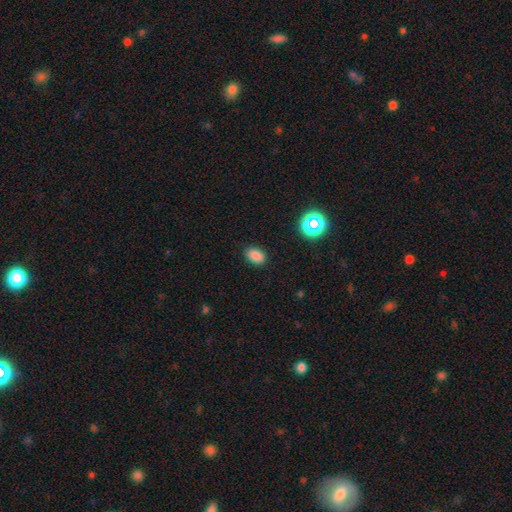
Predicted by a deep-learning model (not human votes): Smooth or featured?
  - smooth: 82% *
  - star or artifact: 13%
  - featured or disk: 5%
How rounded?
  - in between: 84% *
  - round: 15%
  - cigar-shaped: 1%
Merging?
  - none: 86% *
  - minor disturbance: 10%
  - major disturbance: 3%
  - merger: 1%